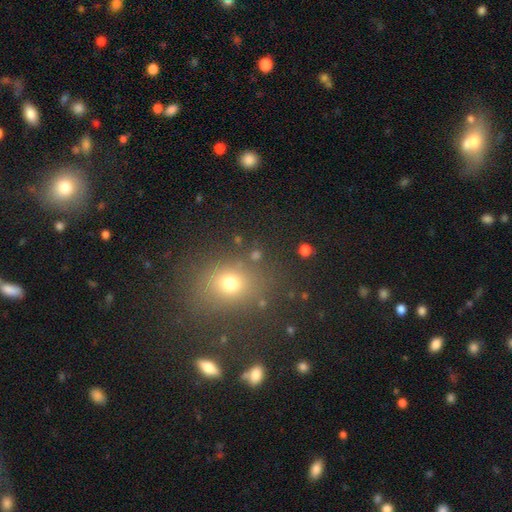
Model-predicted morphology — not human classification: A smooth galaxy with no disk features (65%) that is round (64%).

Vote fractions:
- Smooth or featured? smooth: 65% / star or artifact: 25% / featured or disk: 10%
- How rounded? round: 64% / in between: 34% / cigar-shaped: 1%
- Merging? none: 79% / minor disturbance: 11% / major disturbance: 5% / merger: 5%